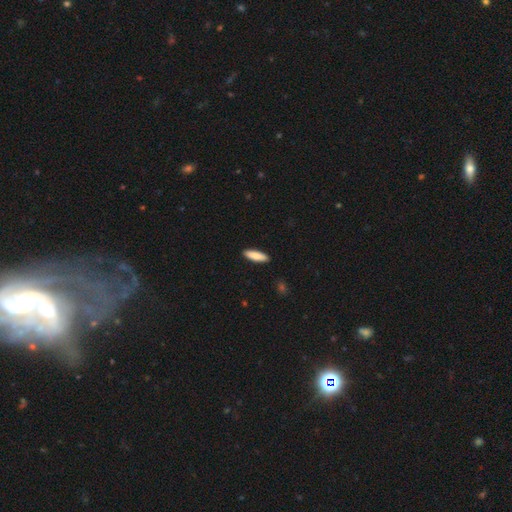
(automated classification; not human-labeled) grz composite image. It shows a smooth galaxy with no disk features (85%) that is cigar-shaped (53%). Merging: none (90%).